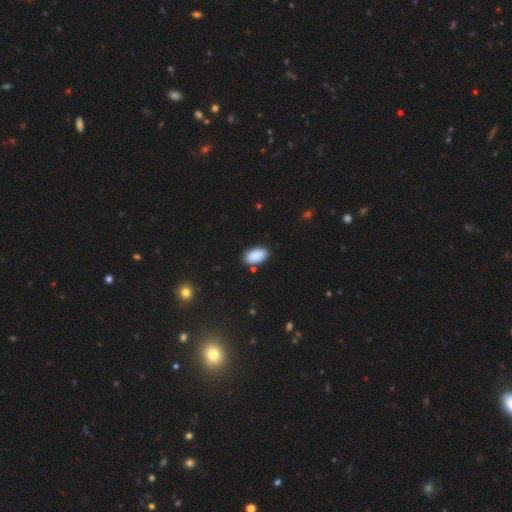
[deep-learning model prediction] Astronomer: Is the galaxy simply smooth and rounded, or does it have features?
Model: smooth — 90%.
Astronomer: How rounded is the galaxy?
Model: in between — 95%.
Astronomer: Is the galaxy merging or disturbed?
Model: none — 85%.